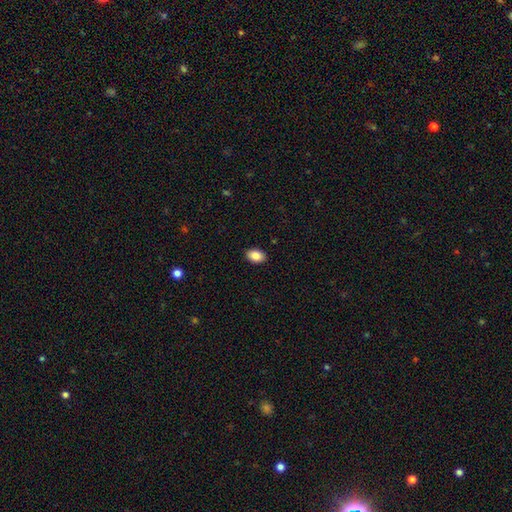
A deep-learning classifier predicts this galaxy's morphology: Q: Smooth or featured?
A: smooth (87%); runner-up: star or artifact (8%)
Q: How rounded?
A: in between (86%); runner-up: round (13%)
Q: Merging?
A: none (90%); runner-up: minor disturbance (7%)